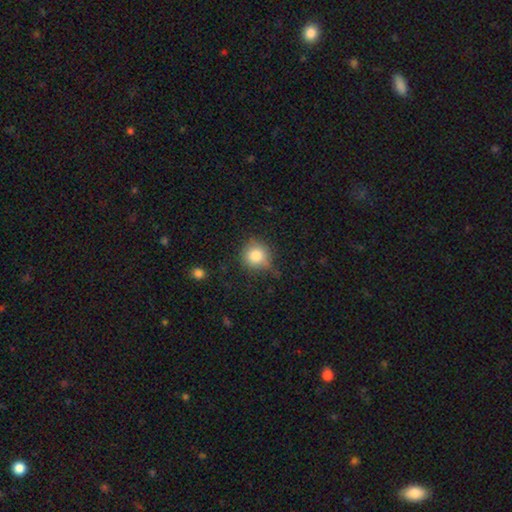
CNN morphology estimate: smooth 81%, star or artifact 11%, featured or disk 9%. Down the decision tree: how rounded — round (91%); merging — none (66%).